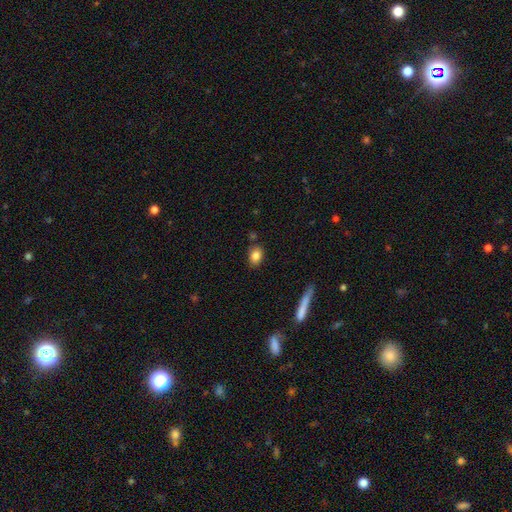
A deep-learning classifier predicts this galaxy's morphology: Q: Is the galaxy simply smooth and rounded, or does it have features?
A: smooth — 83%.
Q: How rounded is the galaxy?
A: in between — 73%.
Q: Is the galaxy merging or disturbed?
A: none — 80%.